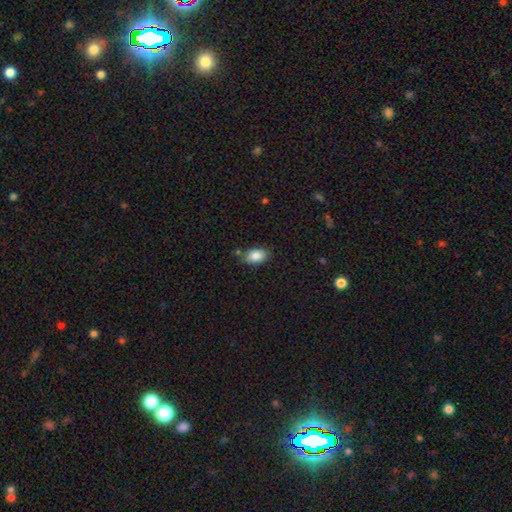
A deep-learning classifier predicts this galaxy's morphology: smooth 87%, star or artifact 8%, featured or disk 6%. Down the decision tree: how rounded — in between (89%); merging — none (77%).